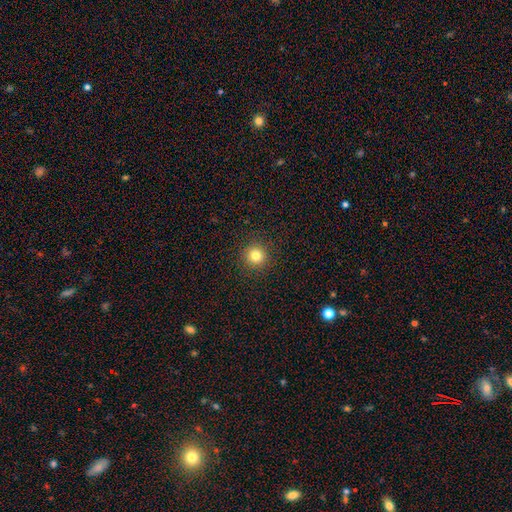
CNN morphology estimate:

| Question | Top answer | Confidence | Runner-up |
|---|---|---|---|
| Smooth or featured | smooth | 80% | star or artifact (13%) |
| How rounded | round | 94% | in between (5%) |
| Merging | none | 92% | minor disturbance (5%) |